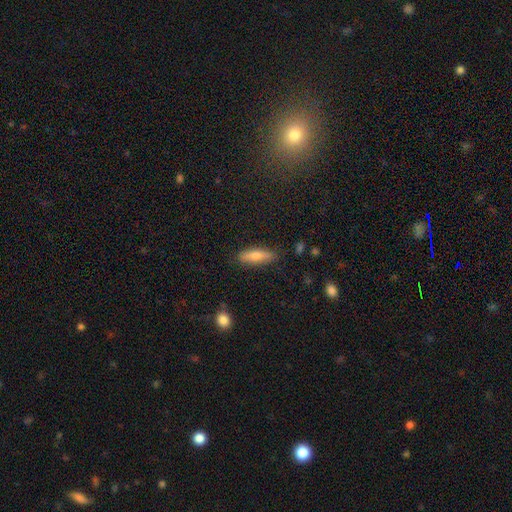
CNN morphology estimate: Q: Smooth or featured?
A: smooth (63%); runner-up: featured or disk (29%)
Q: How rounded?
A: cigar-shaped (63%); runner-up: in between (34%)
Q: Merging?
A: none (86%); runner-up: minor disturbance (10%)